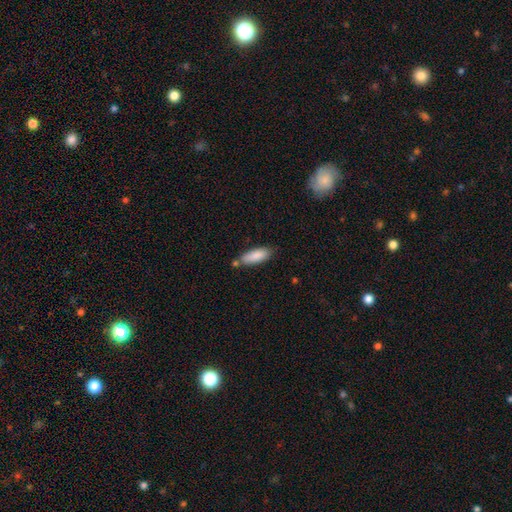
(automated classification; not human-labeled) The model was most divided on "how rounded": in between: 63%, cigar-shaped: 35%, round: 2%. More confident: smooth or featured — smooth (86%); merging — none (67%).